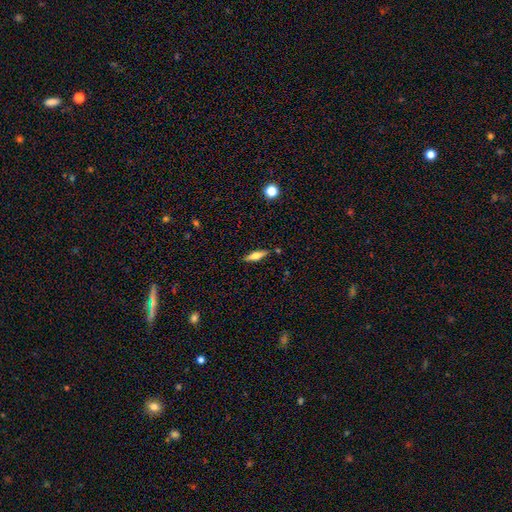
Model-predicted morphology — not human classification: A smooth galaxy with no disk features (58%) that is cigar-shaped (56%). Merging: none (85%).